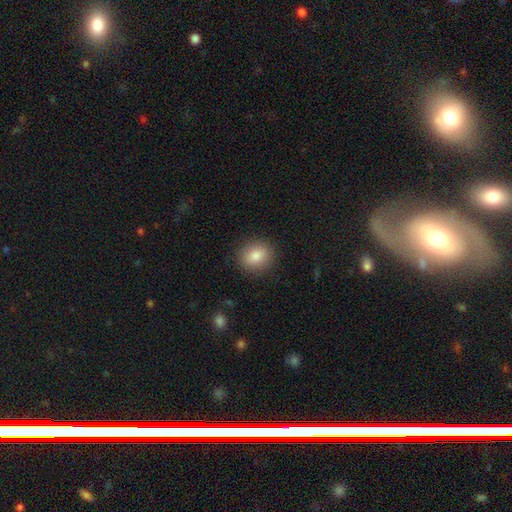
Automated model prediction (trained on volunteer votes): smooth_or_featured: smooth (p=0.84) [alt: star or artifact p=0.09]
how_rounded: round (p=0.66) [alt: in between p=0.33]
merging: none (p=0.89) [alt: minor disturbance p=0.08]